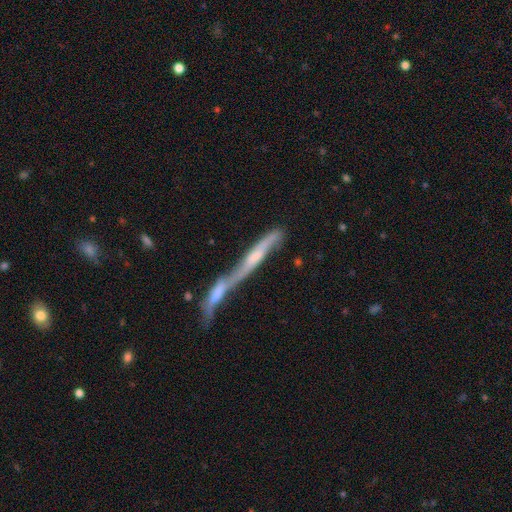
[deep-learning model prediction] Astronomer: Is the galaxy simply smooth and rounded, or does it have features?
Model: featured or disk — 49% (runner-up: smooth, 45%).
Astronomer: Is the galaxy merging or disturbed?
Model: merger — 67%.